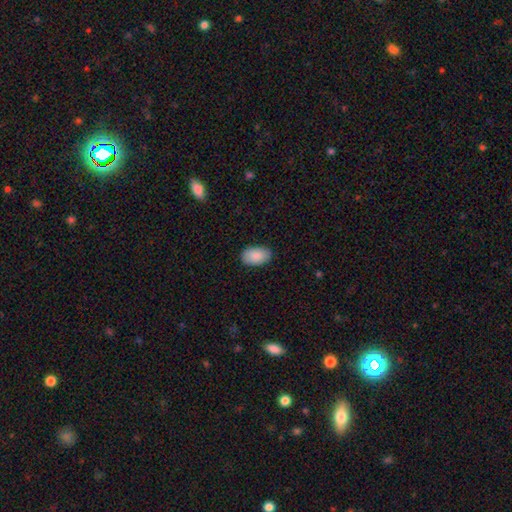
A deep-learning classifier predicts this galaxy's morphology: type=smooth (90%); roundness=in between (93%); merging=none (86%).